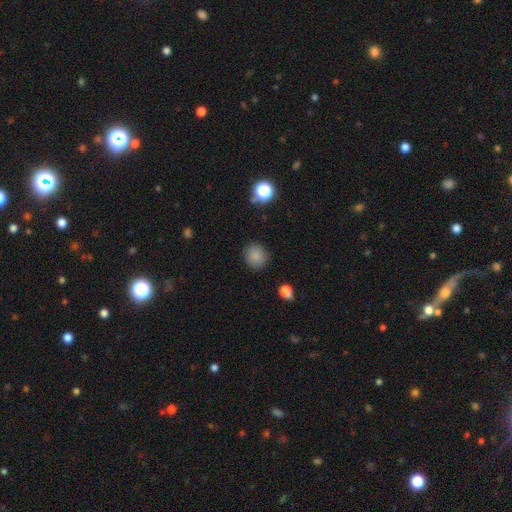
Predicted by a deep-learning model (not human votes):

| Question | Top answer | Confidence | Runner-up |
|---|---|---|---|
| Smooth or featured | smooth | 85% | star or artifact (11%) |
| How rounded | round | 89% | in between (10%) |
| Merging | none | 87% | minor disturbance (9%) |